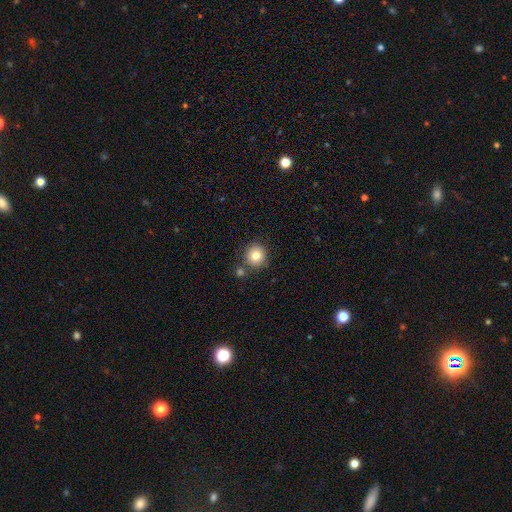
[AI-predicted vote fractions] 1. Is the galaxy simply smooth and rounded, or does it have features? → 83% smooth, 10% star or artifact, 7% featured or disk.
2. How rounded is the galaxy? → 90% round, 9% in between, 1% cigar-shaped.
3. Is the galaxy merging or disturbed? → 77% none, 11% merger, 9% minor disturbance, 3% major disturbance.